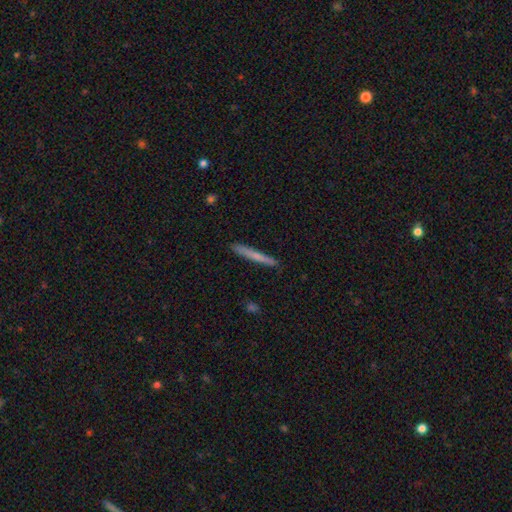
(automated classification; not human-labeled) Morphology: type=smooth (61%); roundness=cigar-shaped (96%); merging=none (90%).